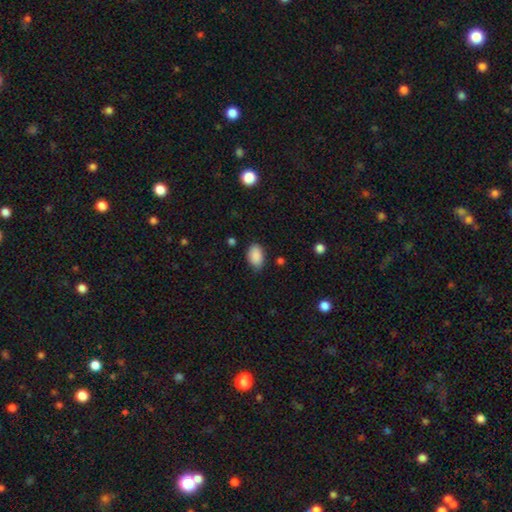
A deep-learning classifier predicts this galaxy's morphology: type=smooth (89%); roundness=in between (90%); merging=none (76%).